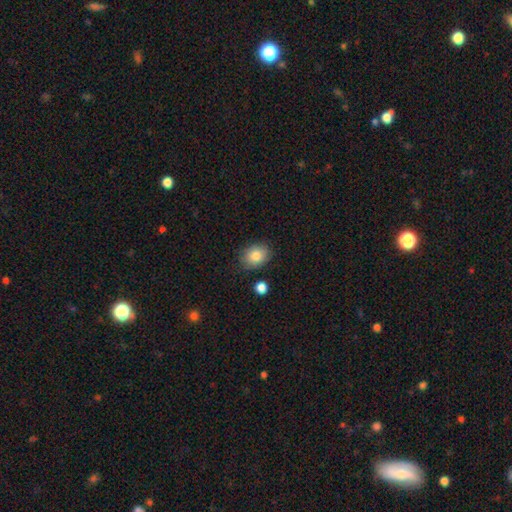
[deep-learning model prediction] Smooth or featured? smooth (83%)
How rounded? in between (57%)
Merging? none (82%)